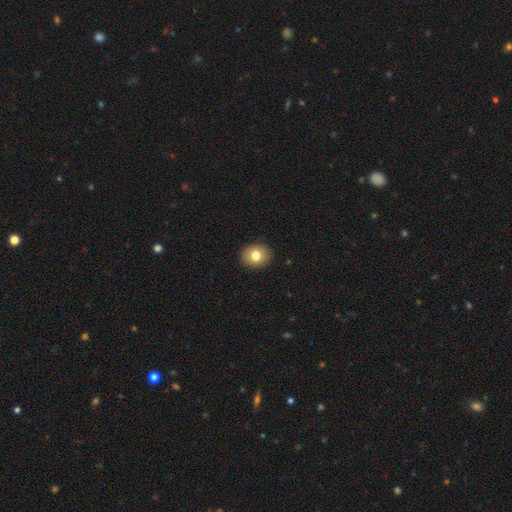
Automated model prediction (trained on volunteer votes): Smooth or featured? smooth (79%)
How rounded? round (53%)
Merging? none (91%)